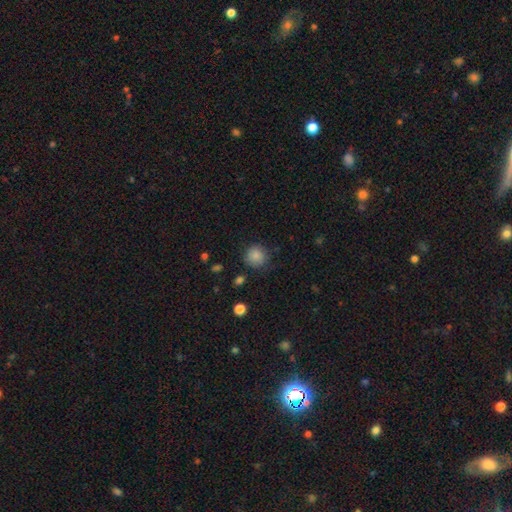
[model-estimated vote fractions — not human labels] Smooth or featured?
  - smooth: 84% *
  - star or artifact: 10%
  - featured or disk: 5%
How rounded?
  - round: 92% *
  - in between: 7%
  - cigar-shaped: 1%
Merging?
  - none: 83% *
  - minor disturbance: 11%
  - major disturbance: 3%
  - merger: 2%